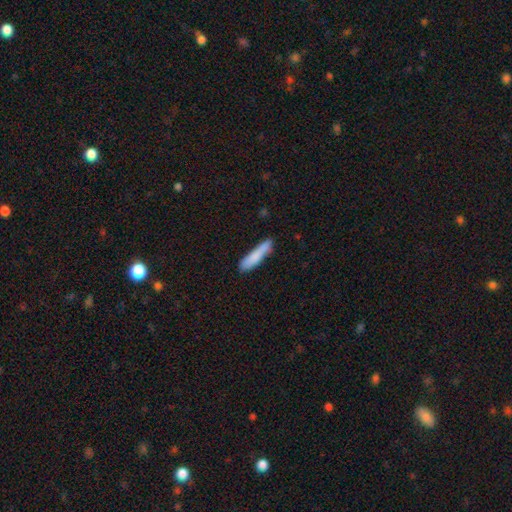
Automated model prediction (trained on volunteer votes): Q: Smooth or featured?
A: smooth (82%); runner-up: featured or disk (12%)
Q: How rounded?
A: cigar-shaped (85%); runner-up: in between (13%)
Q: Merging?
A: none (75%); runner-up: minor disturbance (19%)